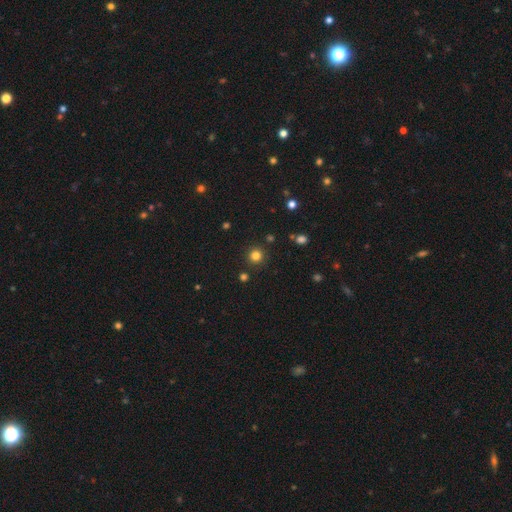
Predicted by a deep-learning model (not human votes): This is clearly a smooth galaxy (81%). How rounded: clearly round (94%). Merging: clearly none (89%).